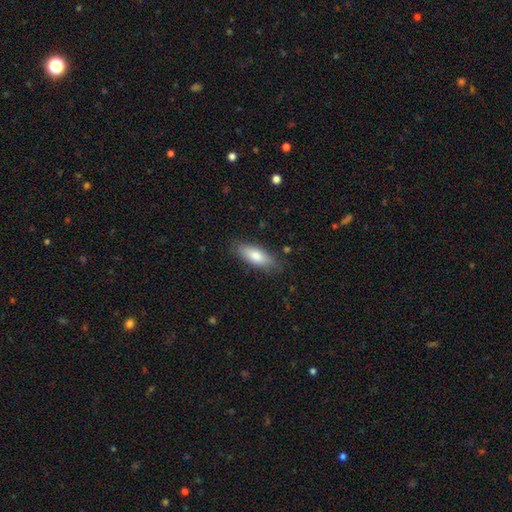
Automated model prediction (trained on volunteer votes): Q: Smooth or featured?
A: smooth (77%); runner-up: featured or disk (17%)
Q: How rounded?
A: in between (65%); runner-up: cigar-shaped (33%)
Q: Merging?
A: none (84%); runner-up: minor disturbance (13%)